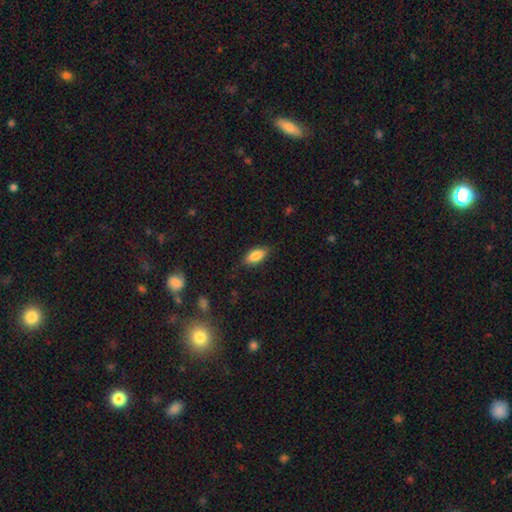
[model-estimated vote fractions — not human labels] Morphology: type=smooth (82%); roundness=in between (84%); merging=none (81%).